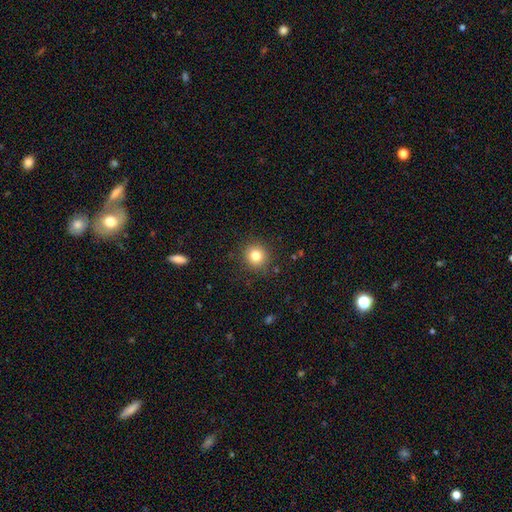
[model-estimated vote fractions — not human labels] smooth_or_featured: smooth (p=0.81) [alt: star or artifact p=0.12]
how_rounded: round (p=0.92) [alt: in between p=0.07]
merging: none (p=0.89) [alt: minor disturbance p=0.07]